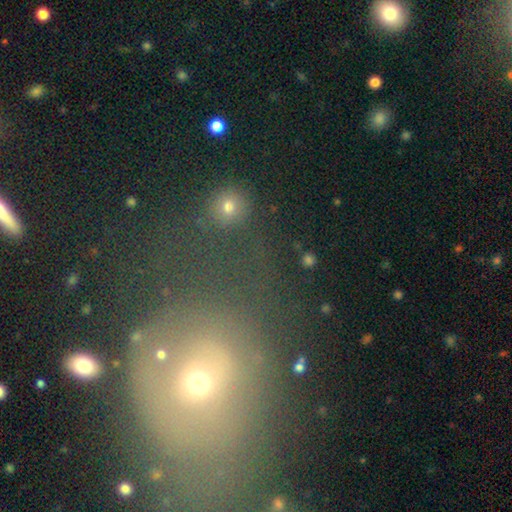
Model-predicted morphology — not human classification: smooth 51%, star or artifact 31%, featured or disk 18%. Down the decision tree: how rounded — round (78%); merging — none (60%).